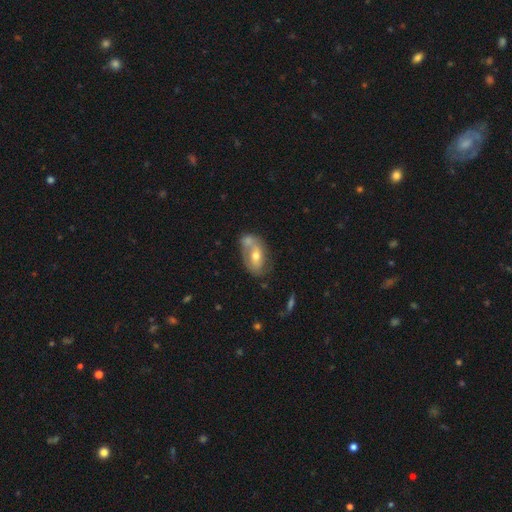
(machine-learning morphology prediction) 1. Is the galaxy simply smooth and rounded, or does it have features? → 49% featured or disk, 43% smooth, 8% star or artifact.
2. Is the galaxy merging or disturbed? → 37% merger, 35% none, 18% minor disturbance, 9% major disturbance.